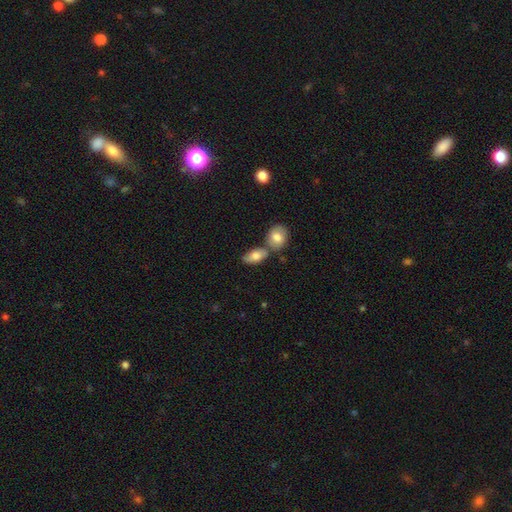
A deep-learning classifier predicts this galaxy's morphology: smooth_or_featured: smooth (p=0.75) [alt: featured or disk p=0.18]
how_rounded: in between (p=0.87) [alt: round p=0.07]
merging: none (p=0.49) [alt: merger p=0.31]